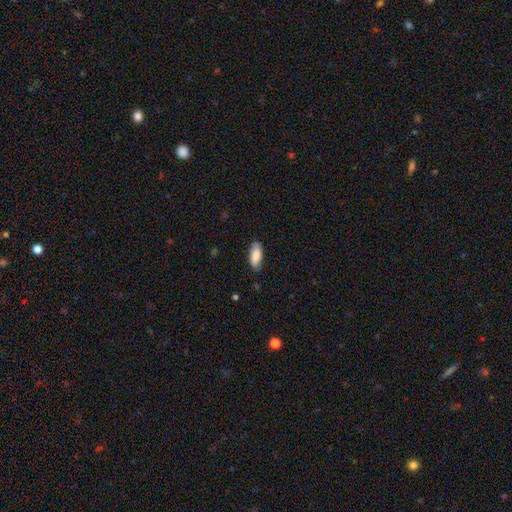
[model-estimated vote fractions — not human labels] The model was most divided on "how rounded": in between: 82%, cigar-shaped: 16%, round: 2%. More confident: smooth or featured — smooth (87%); merging — none (83%).